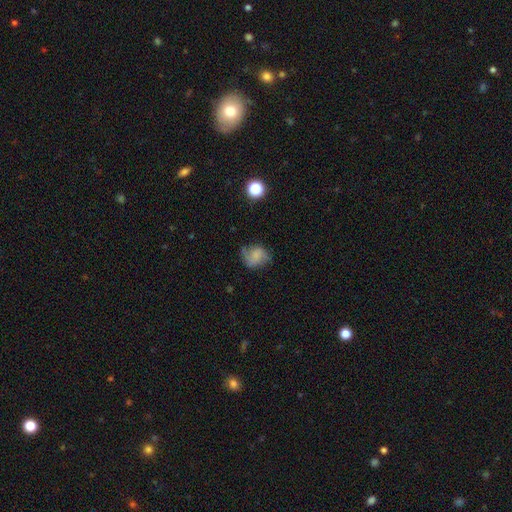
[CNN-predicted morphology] A featured or disk galaxy (46%).

Vote fractions:
- Smooth or featured? featured or disk: 46% / smooth: 43% / star or artifact: 11%
- Merging? none: 53% / minor disturbance: 28% / major disturbance: 17% / merger: 2%